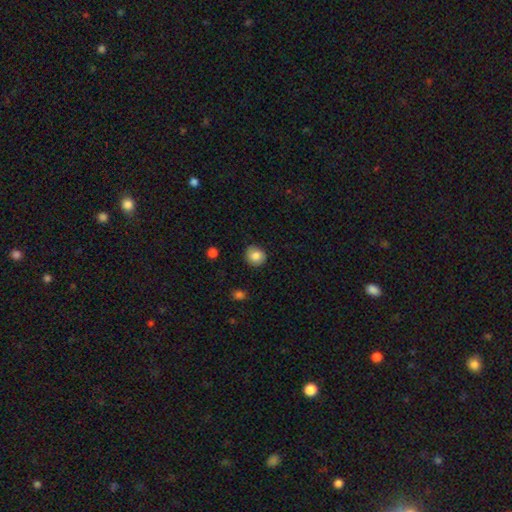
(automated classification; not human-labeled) Smooth or featured? Predicted: smooth (p=0.84). How rounded? Predicted: round (p=0.86). Merging? Predicted: none (p=0.84).